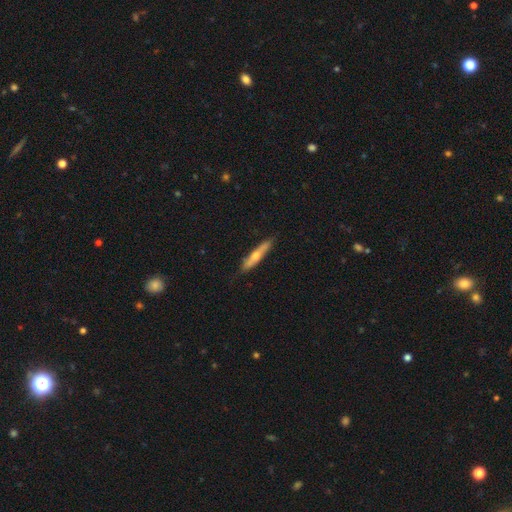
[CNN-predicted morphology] Smooth or featured: smooth — 51% (featured or disk — 44%)
How rounded: cigar-shaped — 86% (in between — 12%)
Merging: none — 82% (minor disturbance — 14%)